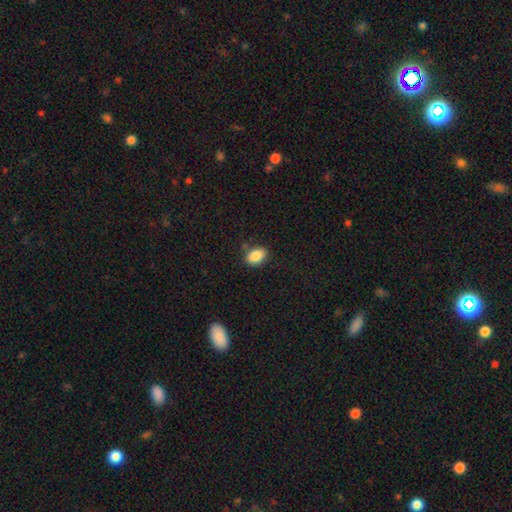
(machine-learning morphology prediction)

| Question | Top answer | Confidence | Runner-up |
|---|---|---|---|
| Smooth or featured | smooth | 87% | star or artifact (8%) |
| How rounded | in between | 85% | round (13%) |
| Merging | none | 81% | minor disturbance (13%) |